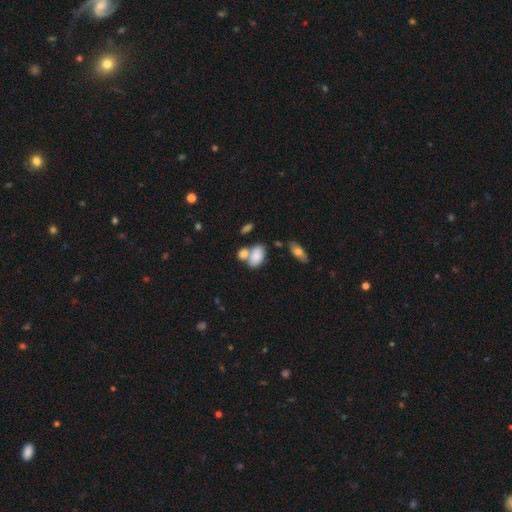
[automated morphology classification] Smooth or featured: smooth — 81% (featured or disk — 11%)
How rounded: in between — 89% (round — 9%)
Merging: merger — 43% (none — 38%)